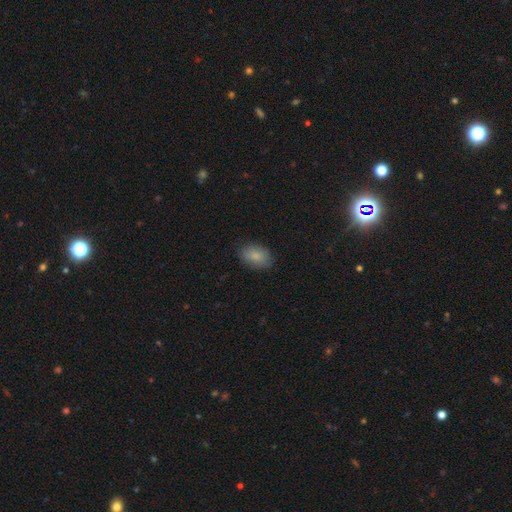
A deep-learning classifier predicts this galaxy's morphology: This appears to be a smooth galaxy with no disk features (84%) that is in between round and cigar-shaped (85%). Merging: none (82%).